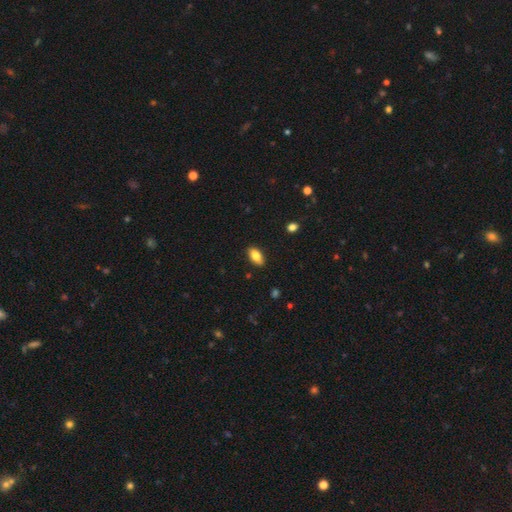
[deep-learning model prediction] Smooth or featured? smooth (81%)
How rounded? in between (88%)
Merging? none (88%)